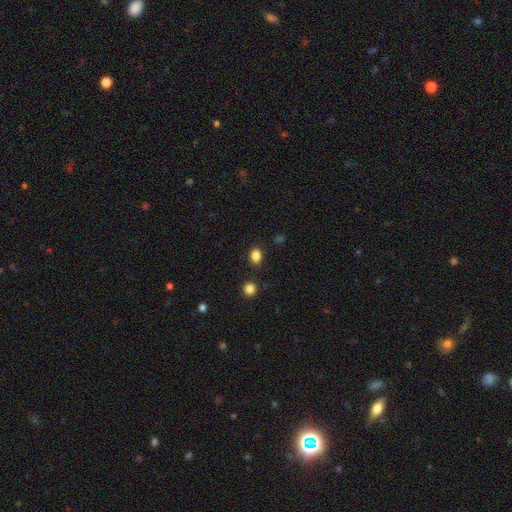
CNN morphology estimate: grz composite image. It shows a smooth galaxy with no disk features (85%) that is in between round and cigar-shaped (65%). Merging: none (87%).